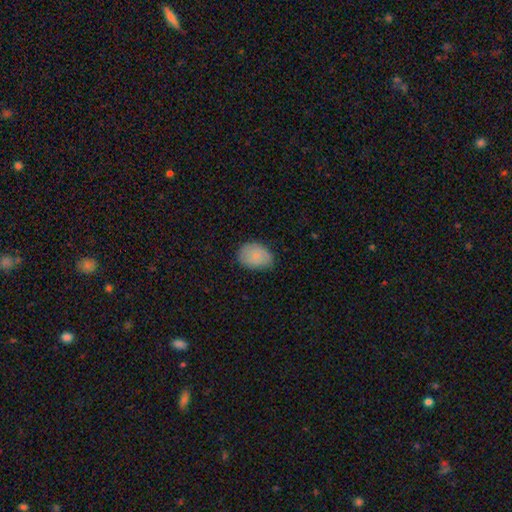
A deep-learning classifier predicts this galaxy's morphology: The model was most divided on "how rounded": in between: 70%, round: 29%, cigar-shaped: 1%. More confident: smooth or featured — smooth (81%); merging — none (69%).